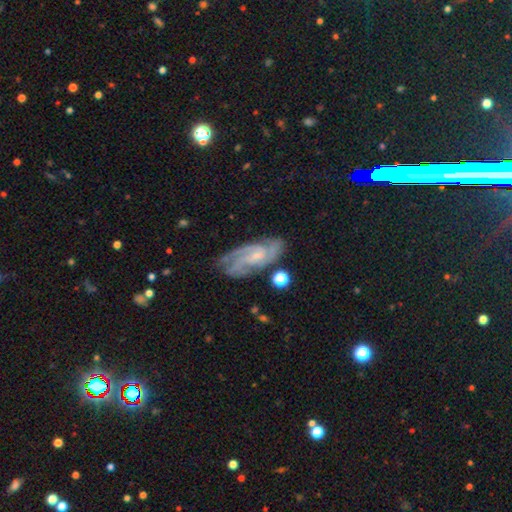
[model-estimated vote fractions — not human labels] A featured or disk galaxy (85%) with no bar (47%), 3 (39%) tight (50%) spiral arms (97%) and a small central bulge (69%).

Vote fractions:
- Smooth or featured? featured or disk: 85% / smooth: 8% / star or artifact: 6%
- Edge-on disk? no: 95% / yes: 5%
- Bar? no: 47% / weak: 41% / strong: 11%
- Spiral arms? yes: 97% / no: 3%
- Spiral winding? tight: 50% / medium: 42% / loose: 8%
- Spiral arm count? 3: 39% / 2: 29% / can't tell: 13% / 4: 10% / 1: 4% / more than 4: 4%
- Bulge size? small: 69% / moderate: 18% / none: 11% / large: 1% / dominant: 1%
- Merging? none: 72% / minor disturbance: 19% / major disturbance: 7% / merger: 3%